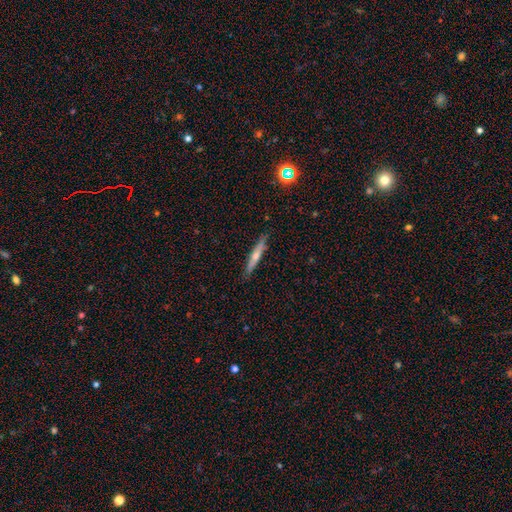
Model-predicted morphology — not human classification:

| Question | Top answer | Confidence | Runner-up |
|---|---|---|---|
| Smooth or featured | smooth | 49% | featured or disk (45%) |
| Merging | none | 87% | minor disturbance (10%) |